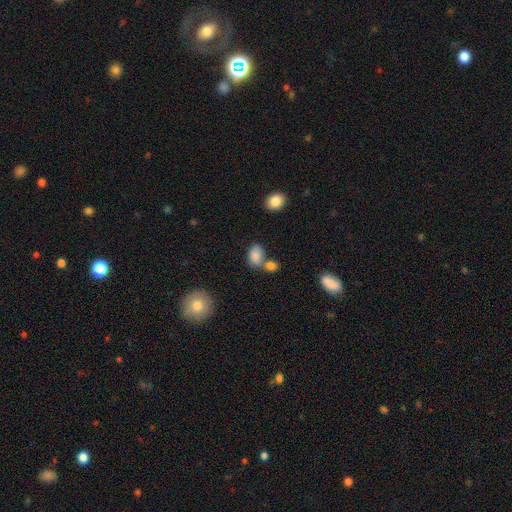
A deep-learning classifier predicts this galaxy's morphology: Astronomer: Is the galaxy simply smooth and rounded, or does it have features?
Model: smooth — 83%.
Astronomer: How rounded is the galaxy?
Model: in between — 81%.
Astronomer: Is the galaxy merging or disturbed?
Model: none — 51% (runner-up: merger, 31%).